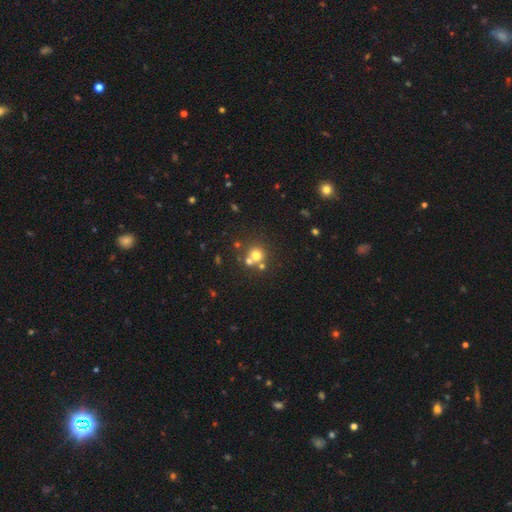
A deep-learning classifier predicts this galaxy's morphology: Overall: smooth (67%). How rounded: round (90%). Merging: none (55%; merger 33%).